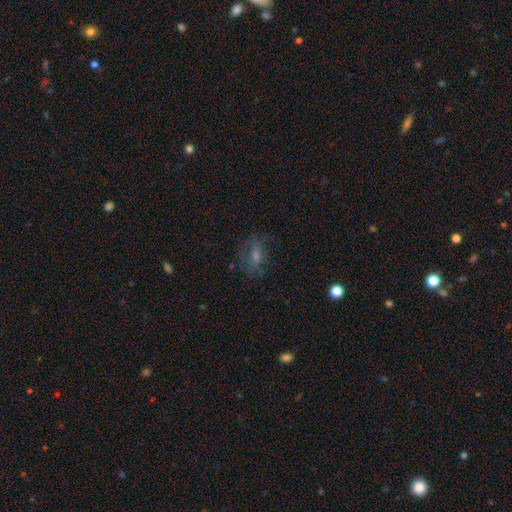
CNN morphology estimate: type=featured or disk (40%); merging=none (66%).